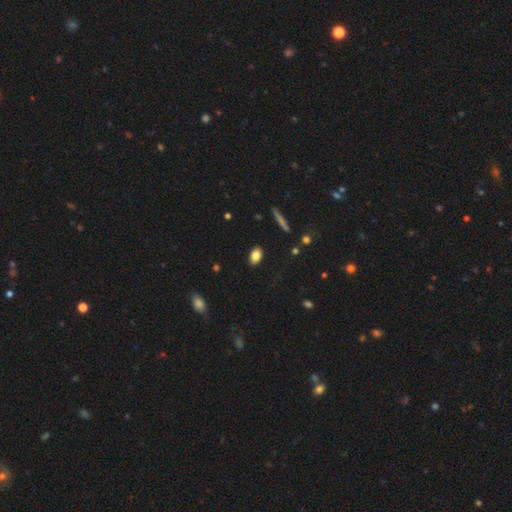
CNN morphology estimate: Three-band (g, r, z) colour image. It shows a smooth galaxy with no disk features (83%) that is in between round and cigar-shaped (88%). Merging: none (88%).